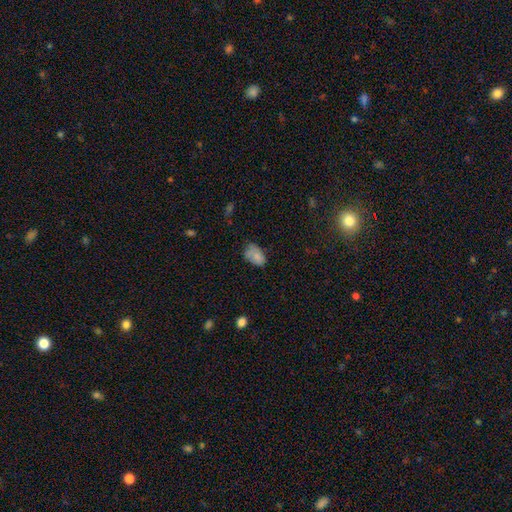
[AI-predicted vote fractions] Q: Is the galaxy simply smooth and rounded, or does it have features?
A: smooth — 76%.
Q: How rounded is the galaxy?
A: in between — 87%.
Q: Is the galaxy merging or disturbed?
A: none — 46%.